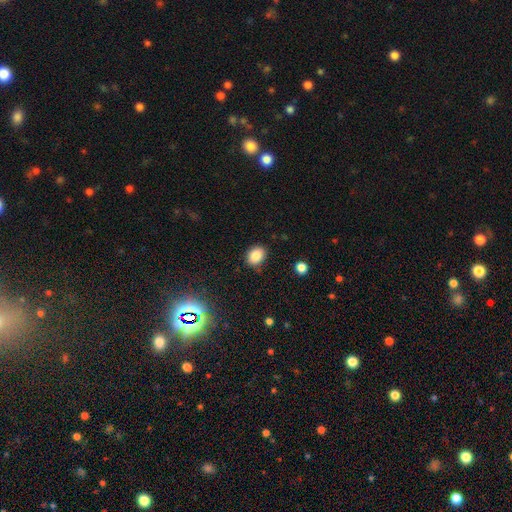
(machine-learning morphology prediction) A smooth galaxy with no disk features (85%) that is in between round and cigar-shaped (59%). Merging: none (86%).